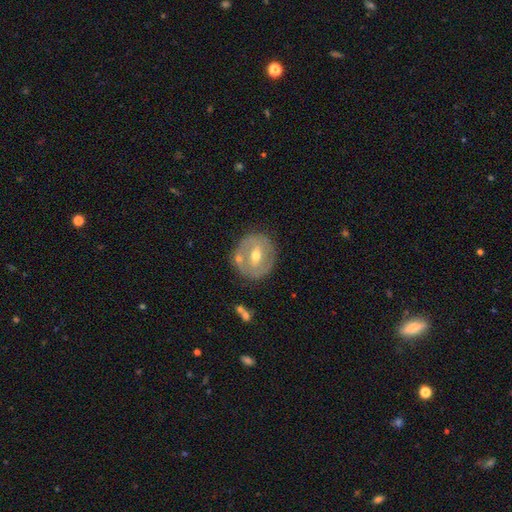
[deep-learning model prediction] Smooth or featured?
  - featured or disk: 62% *
  - smooth: 31%
  - star or artifact: 6%
Edge-on disk?
  - no: 94% *
  - yes: 6%
Bar?
  - weak: 46% *
  - strong: 27%
  - no: 26%
Spiral arms?
  - no: 58% *
  - yes: 42%
Bulge size?
  - moderate: 67% *
  - small: 29%
  - large: 3%
  - none: 1%
  - dominant: 1%
Merging?
  - none: 74% *
  - minor disturbance: 14%
  - merger: 8%
  - major disturbance: 4%